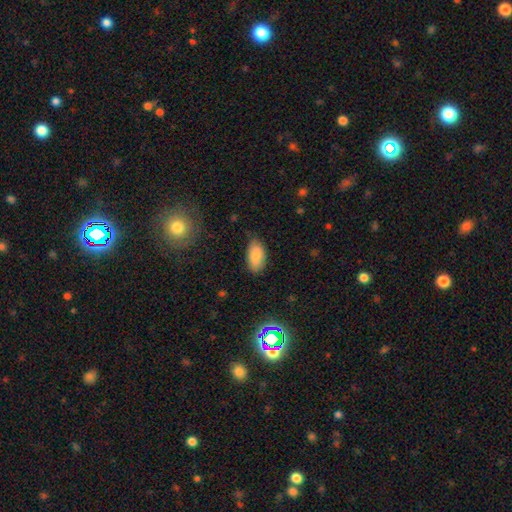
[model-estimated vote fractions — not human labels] A smooth galaxy with no disk features (85%) that is in between round and cigar-shaped (94%).

Vote fractions:
- Smooth or featured? smooth: 85% / featured or disk: 7% / star or artifact: 7%
- How rounded? in between: 94% / round: 3% / cigar-shaped: 3%
- Merging? none: 75% / minor disturbance: 20% / major disturbance: 3% / merger: 1%